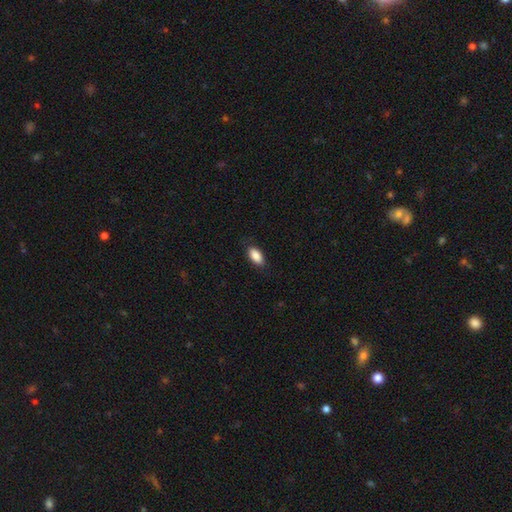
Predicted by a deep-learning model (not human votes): smooth 89%, star or artifact 7%, featured or disk 5%. Down the decision tree: how rounded — in between (91%); merging — none (84%).